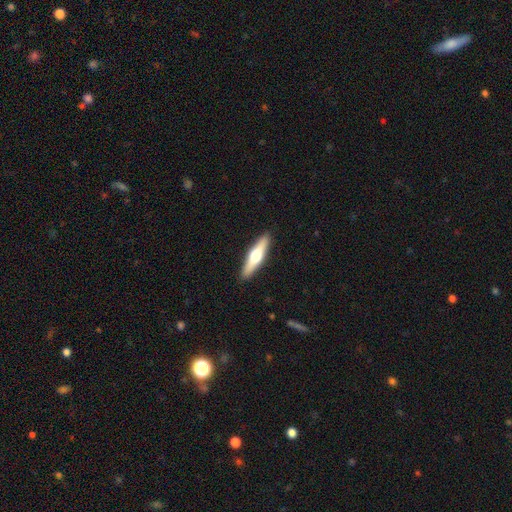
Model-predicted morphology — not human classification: This appears to be a featured or disk galaxy (50%) viewed edge-on (93%). Merging: none (91%).